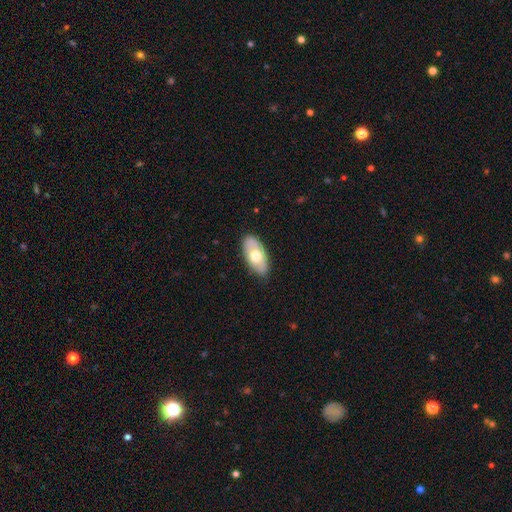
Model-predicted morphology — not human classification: Smooth or featured?
  - smooth: 61% *
  - featured or disk: 33%
  - star or artifact: 6%
How rounded?
  - in between: 93% *
  - cigar-shaped: 4%
  - round: 3%
Merging?
  - none: 83% *
  - minor disturbance: 13%
  - major disturbance: 2%
  - merger: 1%